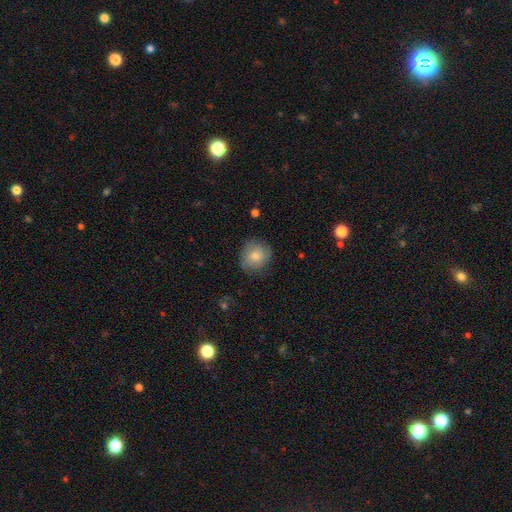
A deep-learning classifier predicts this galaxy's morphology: Q: Smooth or featured?
A: smooth (51%); runner-up: featured or disk (39%)
Q: How rounded?
A: round (84%); runner-up: in between (15%)
Q: Merging?
A: none (78%); runner-up: minor disturbance (17%)